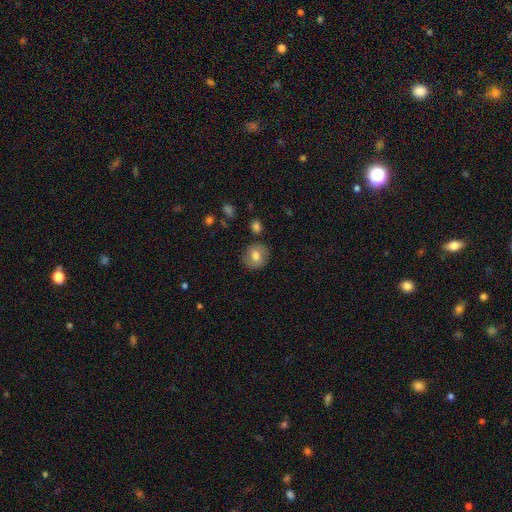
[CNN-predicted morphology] smooth_or_featured: smooth (p=0.75) [alt: featured or disk p=0.16]
how_rounded: round (p=0.86) [alt: in between p=0.13]
merging: none (p=0.85) [alt: minor disturbance p=0.09]